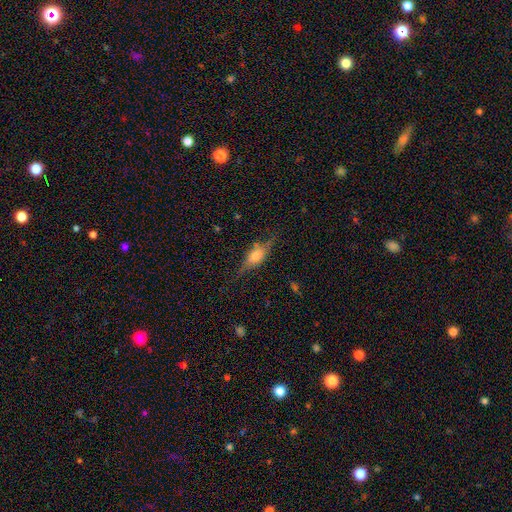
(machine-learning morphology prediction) type=featured or disk (54%); edge-on=yes (88%); merging=none (71%).